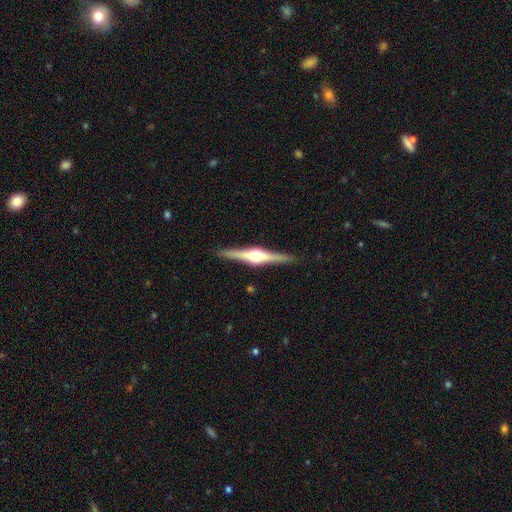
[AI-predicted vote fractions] Smooth or featured?
  - featured or disk: 82% *
  - smooth: 13%
  - star or artifact: 5%
Edge-on disk?
  - yes: 98% *
  - no: 2%
Edge-on bulge?
  - rounded: 93% *
  - boxy: 6%
  - none: 2%
Merging?
  - none: 91% *
  - minor disturbance: 6%
  - major disturbance: 1%
  - merger: 1%